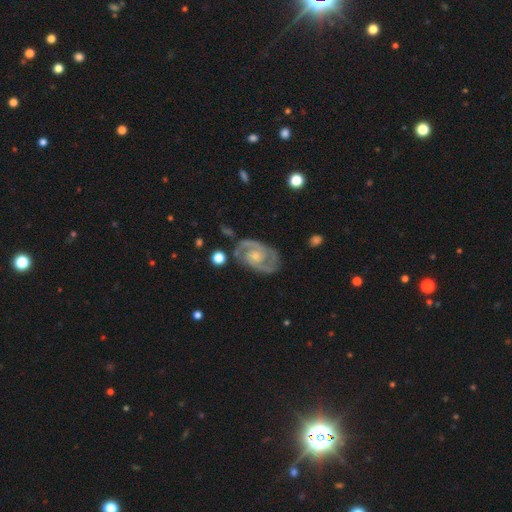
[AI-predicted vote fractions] A featured or disk galaxy (89%) with no bar (63%), 2 (87%) tight (47%) spiral arms (97%) and a small central bulge (54%).

Vote fractions:
- Smooth or featured? featured or disk: 89% / smooth: 6% / star or artifact: 4%
- Edge-on disk? no: 97% / yes: 3%
- Bar? no: 63% / weak: 30% / strong: 6%
- Spiral arms? yes: 97% / no: 3%
- Spiral winding? tight: 47% / medium: 45% / loose: 9%
- Spiral arm count? 2: 87% / can't tell: 5% / 3: 4% / 1: 2% / 4: 1% / more than 4: 1%
- Bulge size? small: 54% / moderate: 35% / none: 6% / large: 3% / dominant: 1%
- Merging? none: 76% / minor disturbance: 16% / major disturbance: 6% / merger: 2%